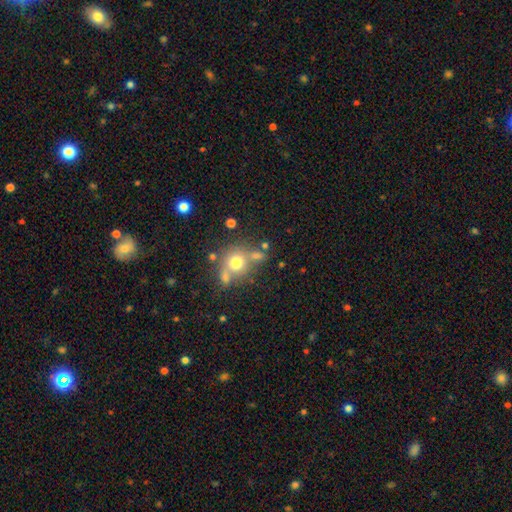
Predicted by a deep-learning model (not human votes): The model was most divided on "merging": none: 56%, merger: 25%, minor disturbance: 13%, major disturbance: 7%. More confident: how rounded — round (81%); smooth or featured — smooth (66%).